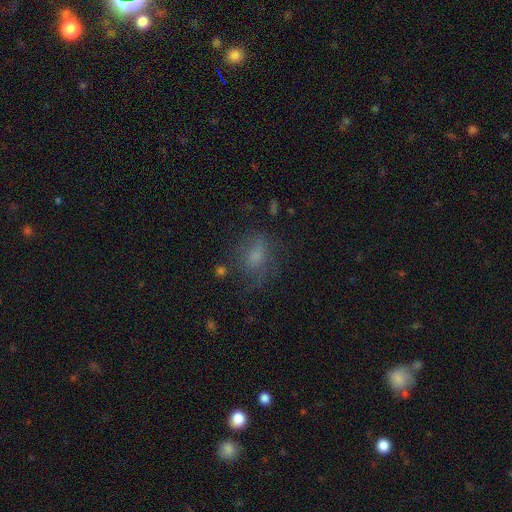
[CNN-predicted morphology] type=smooth (55%); roundness=in between (58%); merging=none (55%).